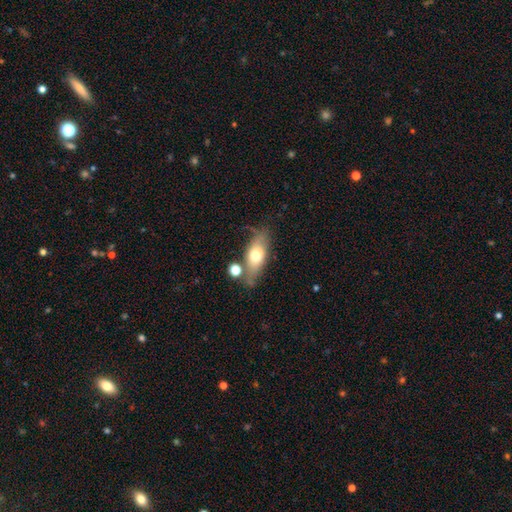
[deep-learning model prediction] This is possibly a smooth galaxy (59%). How rounded: likely in between (73%). Merging: likely none (62%).